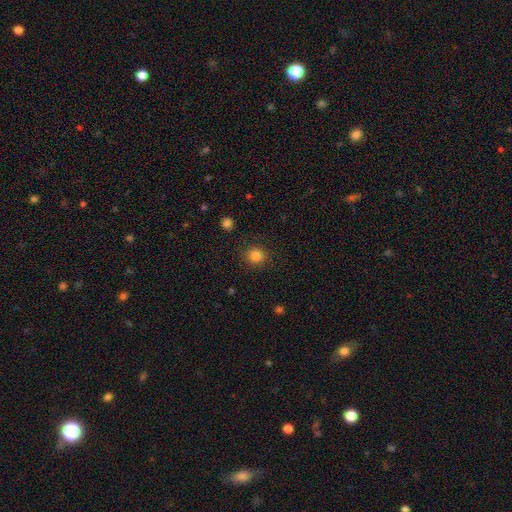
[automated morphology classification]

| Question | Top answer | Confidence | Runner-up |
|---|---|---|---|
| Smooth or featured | smooth | 84% | star or artifact (12%) |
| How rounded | round | 88% | in between (11%) |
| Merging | none | 88% | minor disturbance (8%) |